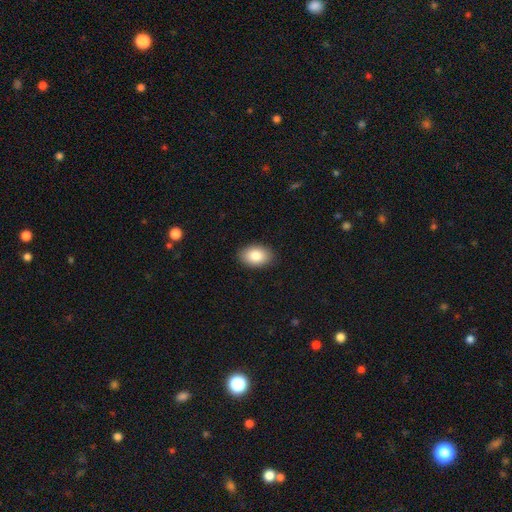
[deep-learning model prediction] Smooth or featured? Predicted: smooth (p=0.85). How rounded? Predicted: in between (p=0.87). Merging? Predicted: none (p=0.89).